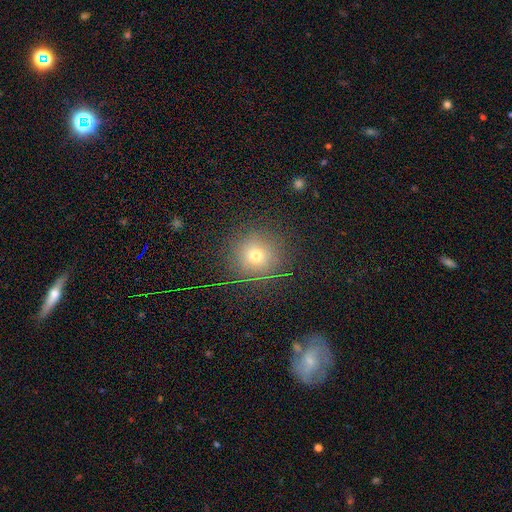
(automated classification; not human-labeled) A smooth galaxy with no disk features (68%) that is round (93%).

Vote fractions:
- Smooth or featured? smooth: 68% / star or artifact: 21% / featured or disk: 11%
- How rounded? round: 93% / in between: 6% / cigar-shaped: 1%
- Merging? none: 87% / minor disturbance: 8% / major disturbance: 4% / merger: 1%